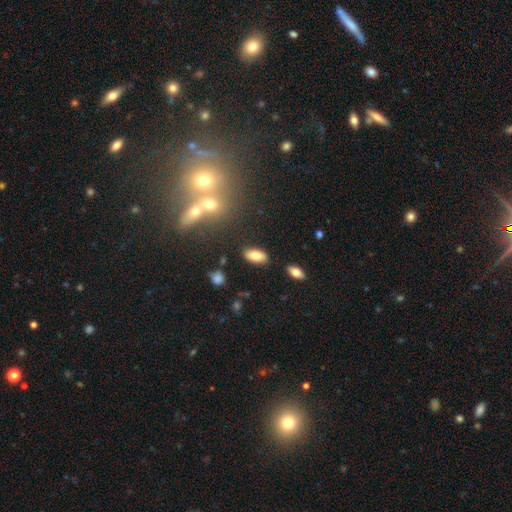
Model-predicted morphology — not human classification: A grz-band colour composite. It shows a smooth galaxy with no disk features (80%) that is in between round and cigar-shaped (89%). Merging: none (86%).